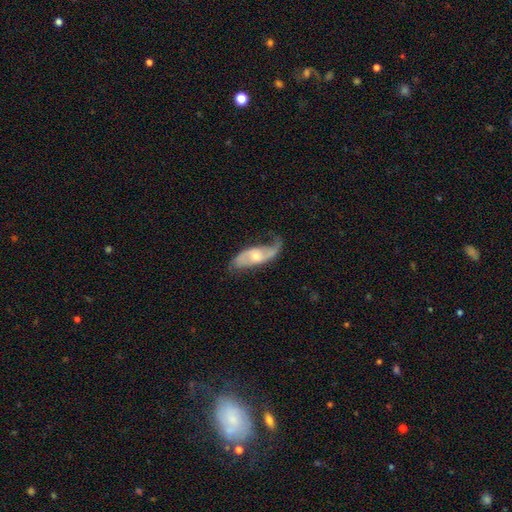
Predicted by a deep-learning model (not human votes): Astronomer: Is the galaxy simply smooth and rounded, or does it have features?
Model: featured or disk — 78%.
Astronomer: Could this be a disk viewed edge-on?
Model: no — 91%.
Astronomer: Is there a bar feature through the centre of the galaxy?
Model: no — 60%.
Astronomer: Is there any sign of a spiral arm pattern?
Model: yes — 92%.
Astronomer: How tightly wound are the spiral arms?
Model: loose — 59%.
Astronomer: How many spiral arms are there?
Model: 2 — 81%.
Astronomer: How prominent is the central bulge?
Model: moderate — 59%.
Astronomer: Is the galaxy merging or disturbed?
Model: none — 56%.